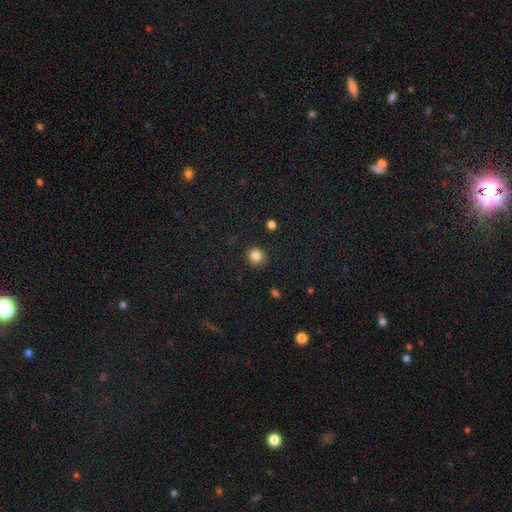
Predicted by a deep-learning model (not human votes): A smooth galaxy with no disk features (84%) that is round (84%). Merging: none (88%).